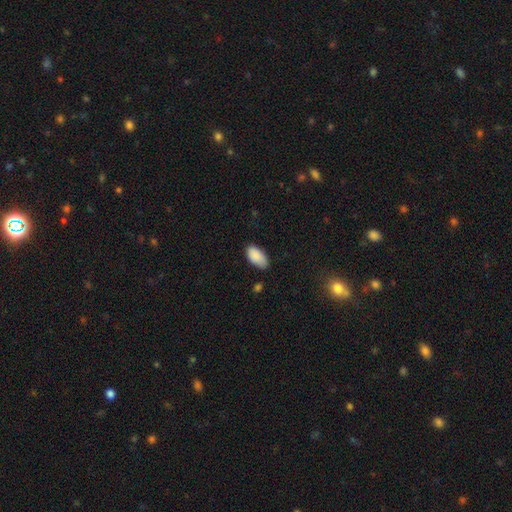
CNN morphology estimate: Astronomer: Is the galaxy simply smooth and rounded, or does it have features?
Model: smooth — 89%.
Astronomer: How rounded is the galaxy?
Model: in between — 95%.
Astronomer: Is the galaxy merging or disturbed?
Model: none — 72%.